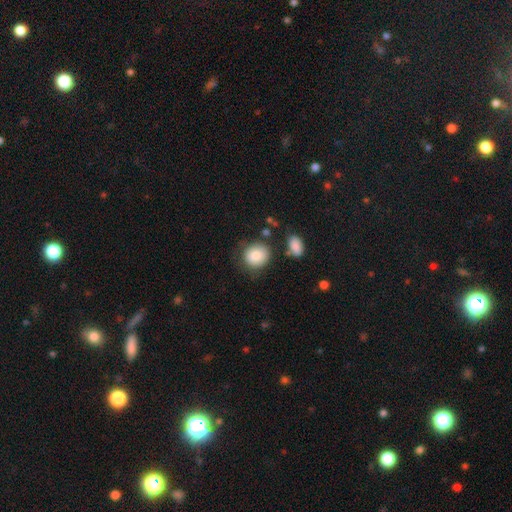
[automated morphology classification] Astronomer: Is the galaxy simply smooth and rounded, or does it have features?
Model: smooth — 84%.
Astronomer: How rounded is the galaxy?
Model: round — 79%.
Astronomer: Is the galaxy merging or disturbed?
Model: none — 72%.